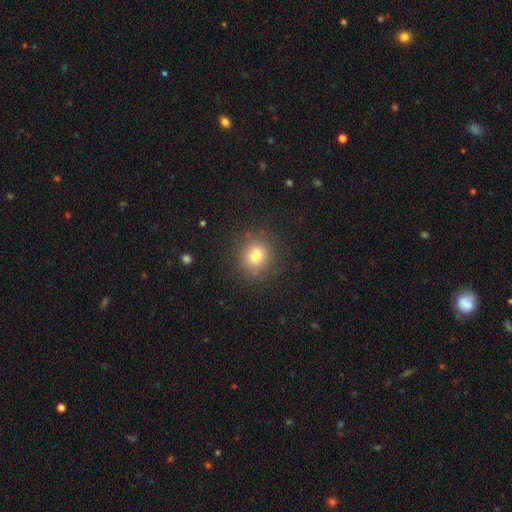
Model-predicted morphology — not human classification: smooth 77%, star or artifact 14%, featured or disk 8%. Down the decision tree: how rounded — round (85%); merging — none (88%).